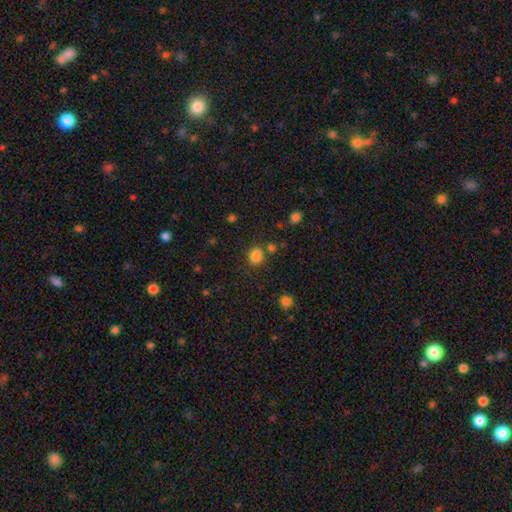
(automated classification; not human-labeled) The model was most divided on "how rounded": round: 59%, in between: 40%, cigar-shaped: 1%. More confident: smooth or featured — smooth (83%); merging — none (73%).